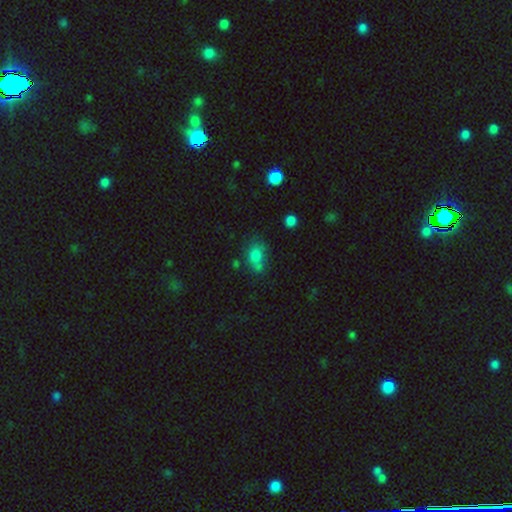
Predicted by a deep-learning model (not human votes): Smooth or featured? smooth (72%)
How rounded? in between (65%)
Merging? none (46%)